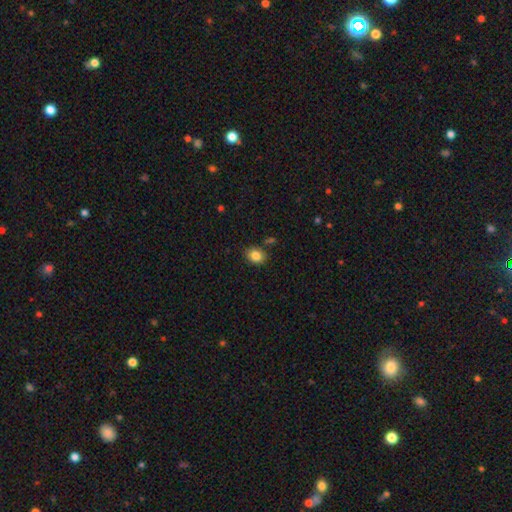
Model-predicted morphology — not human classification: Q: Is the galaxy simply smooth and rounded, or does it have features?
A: smooth — 84%.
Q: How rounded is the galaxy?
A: round — 52%.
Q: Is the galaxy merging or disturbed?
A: none — 81%.